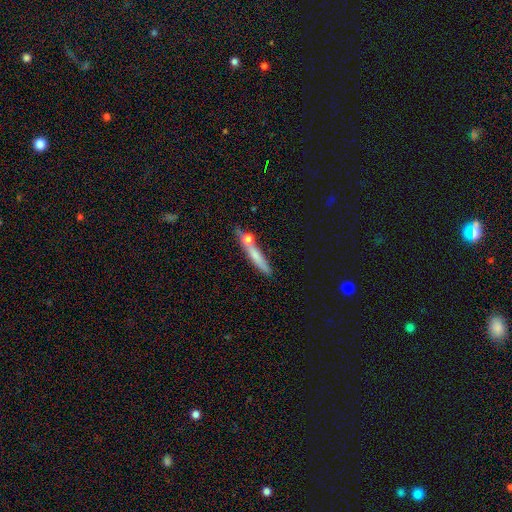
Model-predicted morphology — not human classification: type=smooth (57%); roundness=cigar-shaped (85%); merging=none (60%).